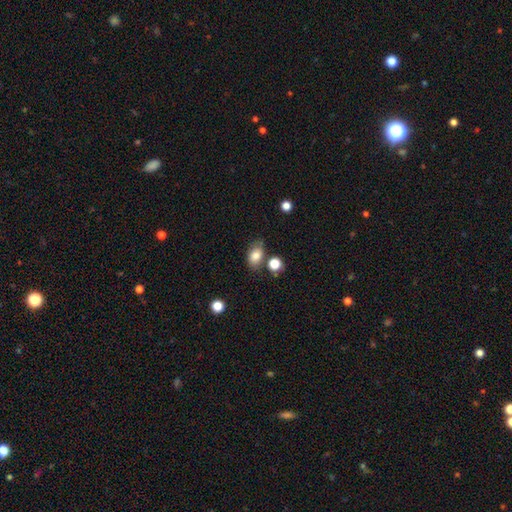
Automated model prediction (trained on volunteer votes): Overall: smooth (81%). How rounded: in between (82%). Merging: none (69%).